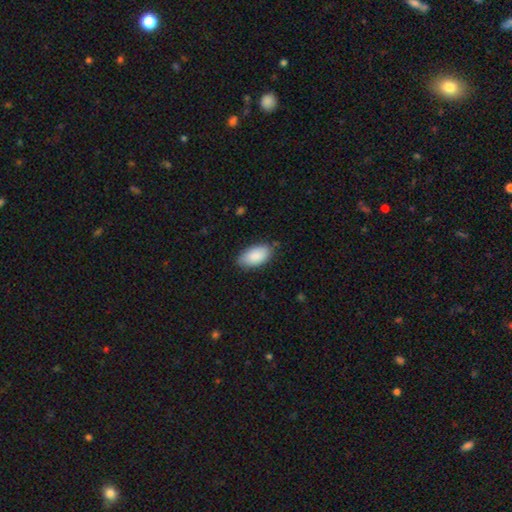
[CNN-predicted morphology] type=smooth (89%); roundness=in between (95%); merging=none (79%).